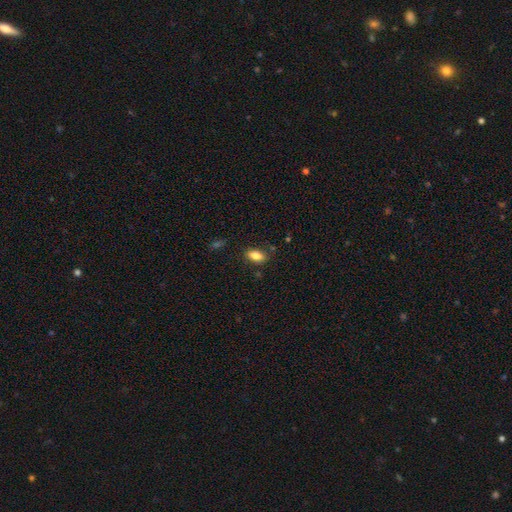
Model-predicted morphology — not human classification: Q: Smooth or featured?
A: smooth (83%); runner-up: star or artifact (8%)
Q: How rounded?
A: in between (89%); runner-up: round (6%)
Q: Merging?
A: none (83%); runner-up: minor disturbance (12%)